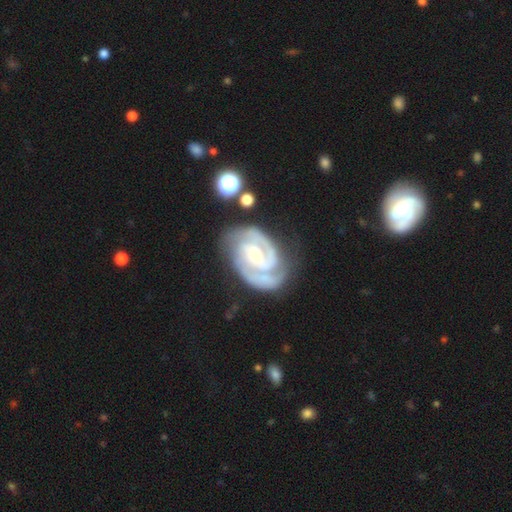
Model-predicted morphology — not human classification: featured or disk 92%, star or artifact 4%, smooth 4%. Down the decision tree: edge-on disk — no (98%); bar — no (42%); spiral arms — yes (98%); spiral arm count — 2 (74%); spiral winding — tight (60%); bulge size — small (50%); merging — none (70%).